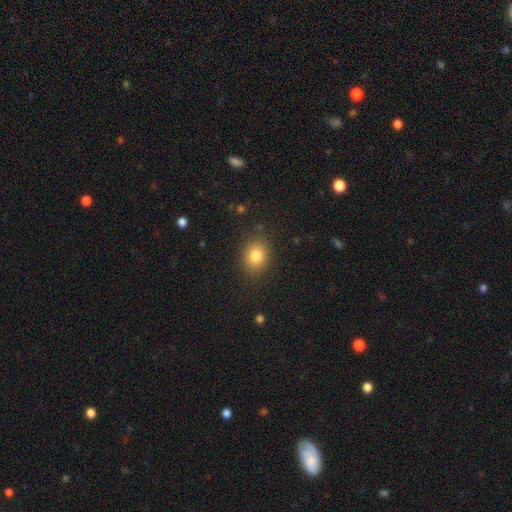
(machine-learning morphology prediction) type=smooth (81%); roundness=round (51%); merging=none (86%).